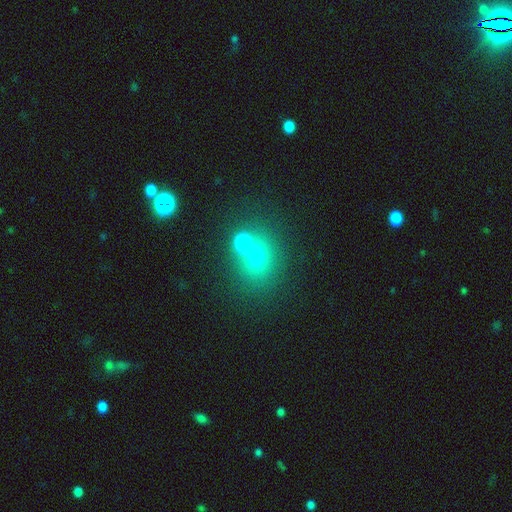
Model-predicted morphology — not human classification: smooth-or-featured: smooth: 63% | star or artifact: 24% | featured or disk: 13%
  how-rounded: round: 74% | in between: 25% | cigar-shaped: 1%
  merging: none: 62% | merger: 24% | minor disturbance: 10% | major disturbance: 5%